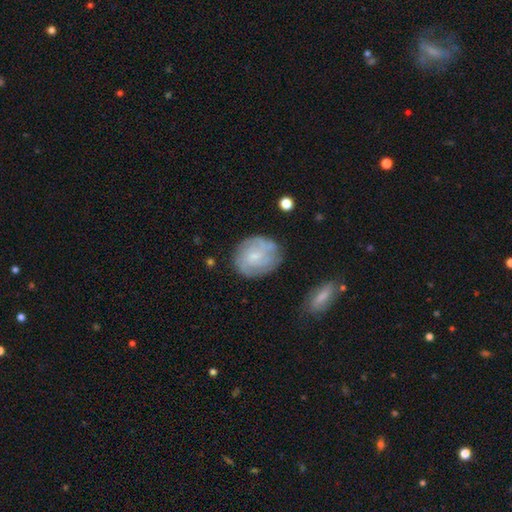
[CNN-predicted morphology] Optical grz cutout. It shows a featured or disk galaxy (56%) with no bar (71%), spiral arms (81%) and a small central bulge (61%). Merging: none (73%).